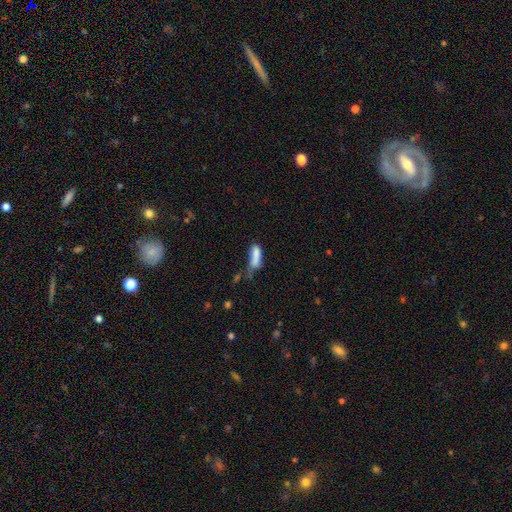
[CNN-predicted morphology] Overall: smooth (79%). How rounded: in between (55%; cigar-shaped 42%). Merging: none (30%; minor disturbance 29%).